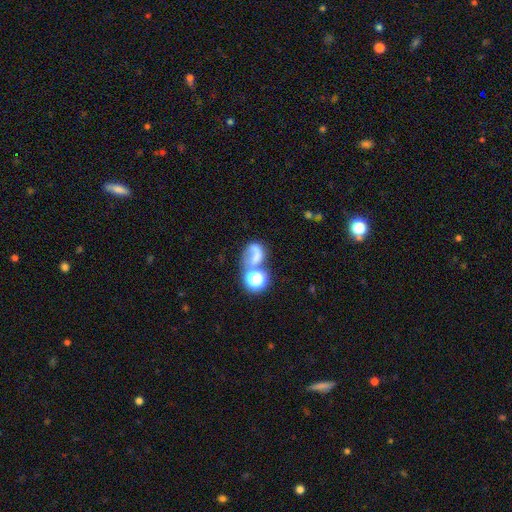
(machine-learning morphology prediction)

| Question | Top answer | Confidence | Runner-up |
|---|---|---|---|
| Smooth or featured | smooth | 47% | featured or disk (30%) |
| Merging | merger | 38% | none (26%) |